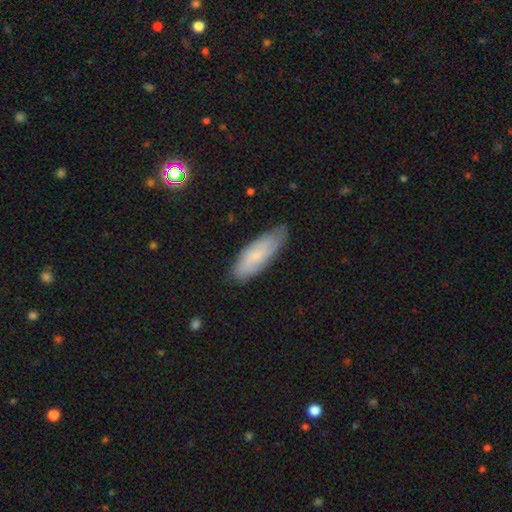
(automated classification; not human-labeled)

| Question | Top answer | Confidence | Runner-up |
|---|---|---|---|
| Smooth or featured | smooth | 60% | featured or disk (33%) |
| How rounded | in between | 62% | cigar-shaped (36%) |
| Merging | none | 73% | minor disturbance (22%) |